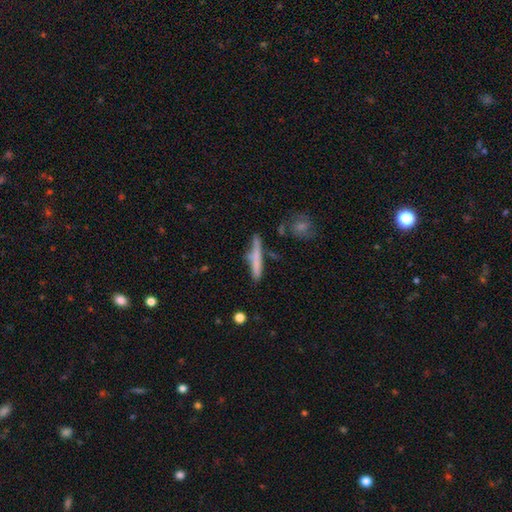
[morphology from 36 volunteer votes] A smooth galaxy with no disk features (64%) that is cigar-shaped (96%).

Vote fractions:
- Smooth or featured? smooth: 64% / featured or disk: 31% / star or artifact: 6%
- How rounded? cigar-shaped: 96% / in between: 4% / round: 0%
- Merging? none: 47% / minor disturbance: 38% / merger: 9% / major disturbance: 6%